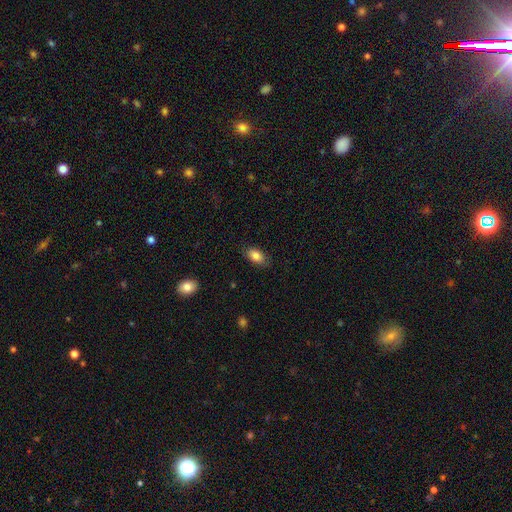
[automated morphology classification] Smooth or featured? Predicted: smooth (p=0.85). How rounded? Predicted: in between (p=0.91). Merging? Predicted: none (p=0.83).